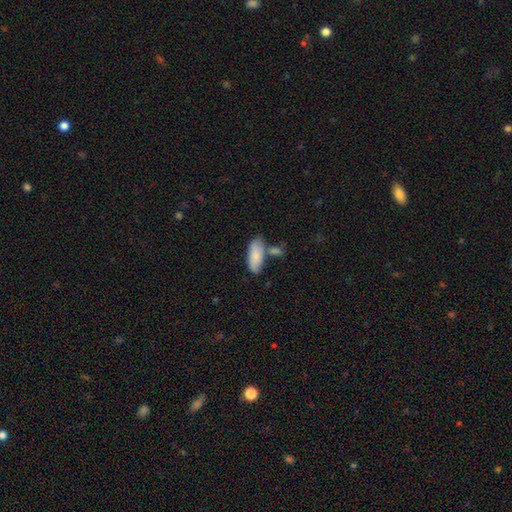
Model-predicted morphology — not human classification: Smooth or featured?
  - smooth: 82% *
  - featured or disk: 13%
  - star or artifact: 6%
How rounded?
  - in between: 85% *
  - cigar-shaped: 13%
  - round: 2%
Merging?
  - none: 55% *
  - merger: 22%
  - minor disturbance: 19%
  - major disturbance: 5%